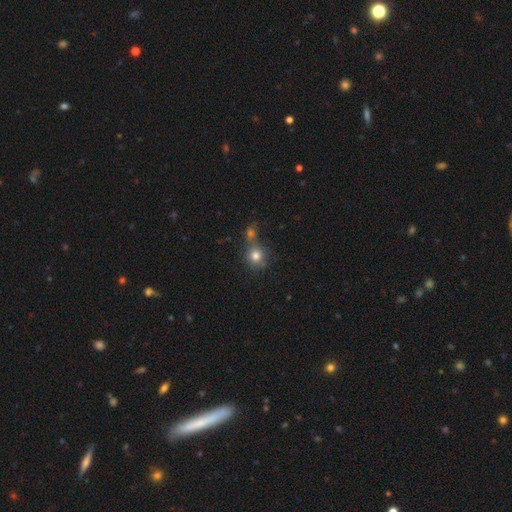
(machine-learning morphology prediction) Smooth or featured: smooth — 79% (star or artifact — 12%)
How rounded: round — 87% (in between — 12%)
Merging: none — 56% (merger — 28%)